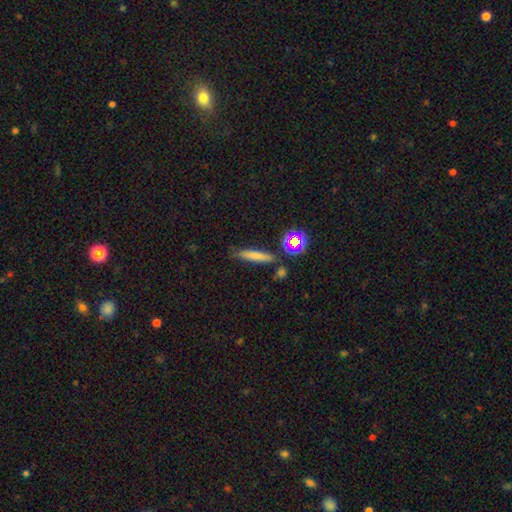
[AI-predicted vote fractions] A smooth galaxy with no disk features (72%) that is cigar-shaped (85%). Merging: none (79%).